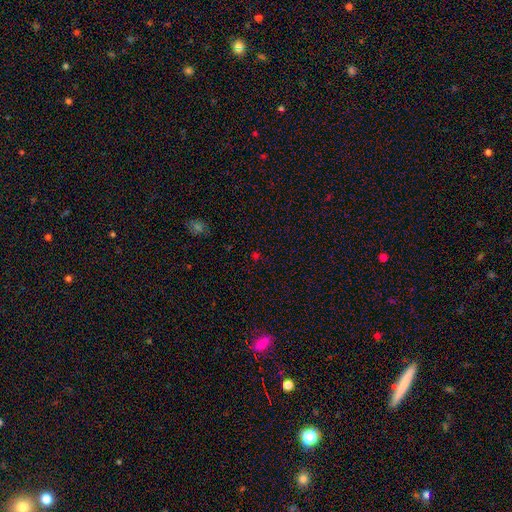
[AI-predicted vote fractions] Smooth or featured? star or artifact (55%)